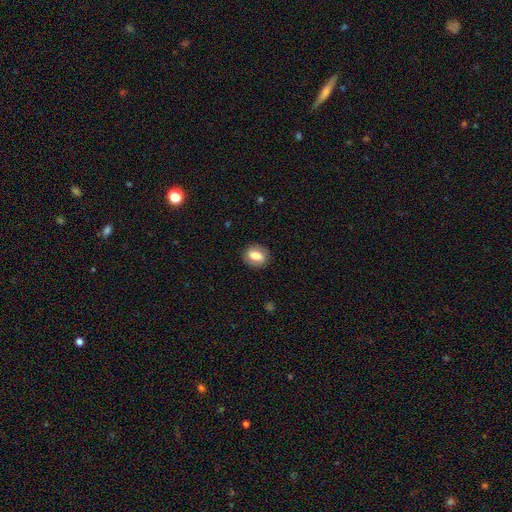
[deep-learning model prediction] Smooth or featured? smooth (72%)
How rounded? in between (65%)
Merging? none (85%)